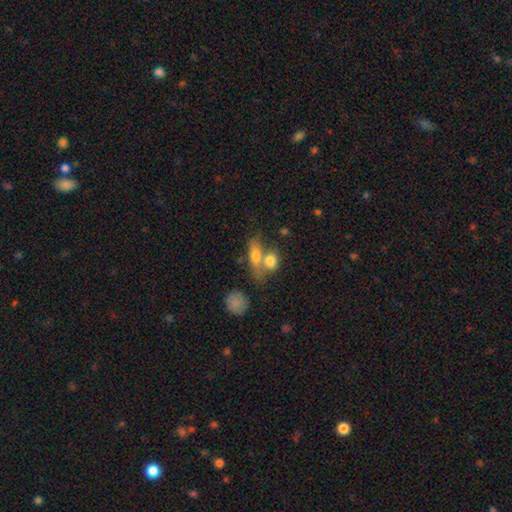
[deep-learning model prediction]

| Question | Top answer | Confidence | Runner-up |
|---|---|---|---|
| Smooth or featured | smooth | 71% | featured or disk (20%) |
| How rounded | in between | 67% | cigar-shaped (18%) |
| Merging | merger | 50% | none (34%) |